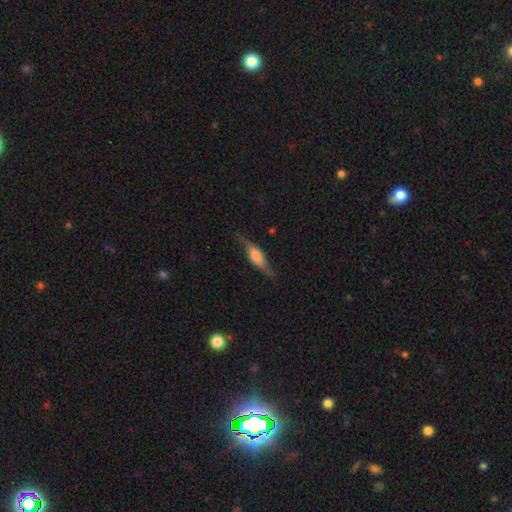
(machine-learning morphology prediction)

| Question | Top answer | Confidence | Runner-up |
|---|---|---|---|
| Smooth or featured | featured or disk | 51% | smooth (41%) |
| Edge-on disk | yes | 83% | no (17%) |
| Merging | none | 72% | minor disturbance (19%) |